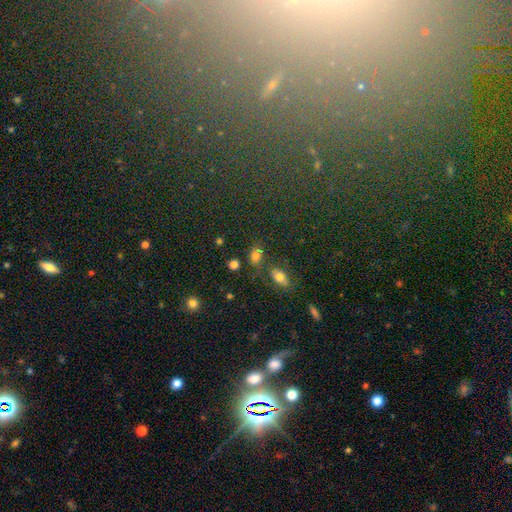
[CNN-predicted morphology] Smooth or featured? smooth (77%)
How rounded? in between (73%)
Merging? none (64%)